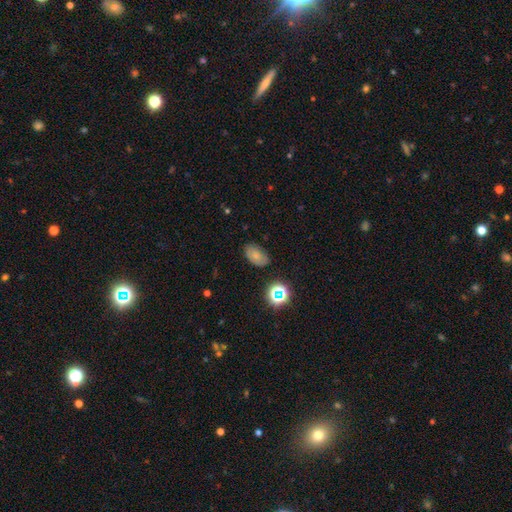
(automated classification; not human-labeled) A smooth galaxy with no disk features (71%) that is in between round and cigar-shaped (89%). Merging: none (76%).